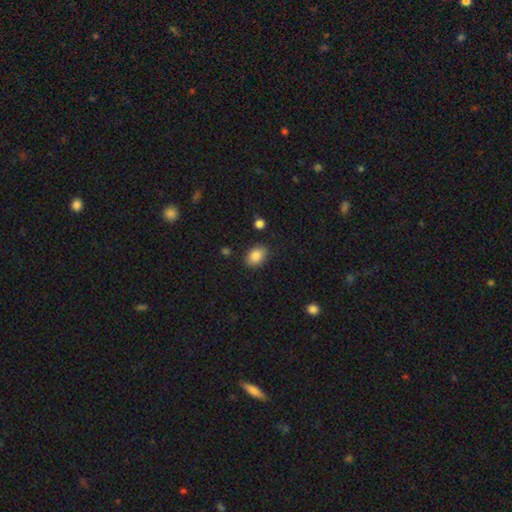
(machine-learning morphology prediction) Q: Smooth or featured?
A: smooth (86%); runner-up: star or artifact (8%)
Q: How rounded?
A: in between (80%); runner-up: round (19%)
Q: Merging?
A: none (83%); runner-up: minor disturbance (12%)